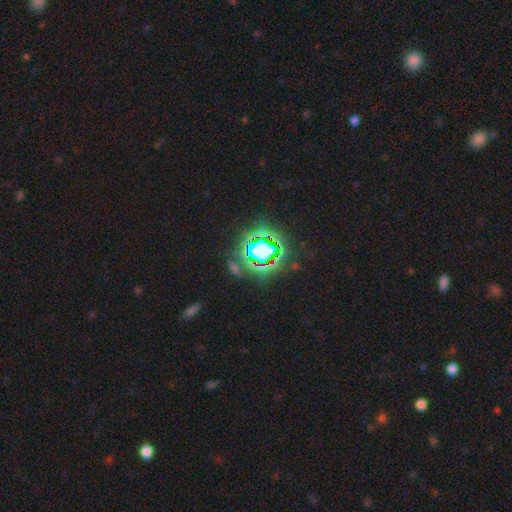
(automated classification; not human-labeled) star or artifact 81%, smooth 13%, featured or disk 6%.